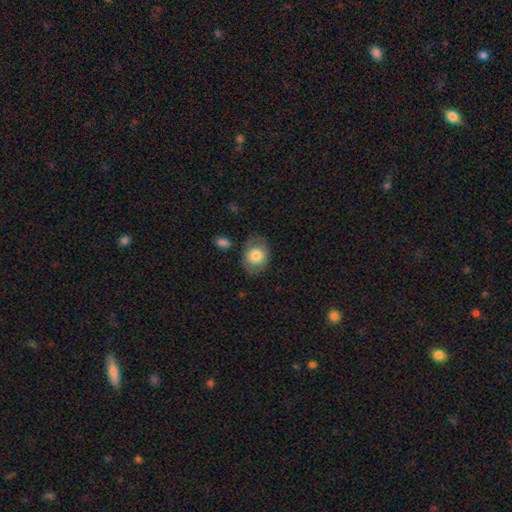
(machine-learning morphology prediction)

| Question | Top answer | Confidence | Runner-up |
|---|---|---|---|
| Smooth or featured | smooth | 75% | featured or disk (18%) |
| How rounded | in between | 52% | round (47%) |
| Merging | none | 72% | minor disturbance (17%) |